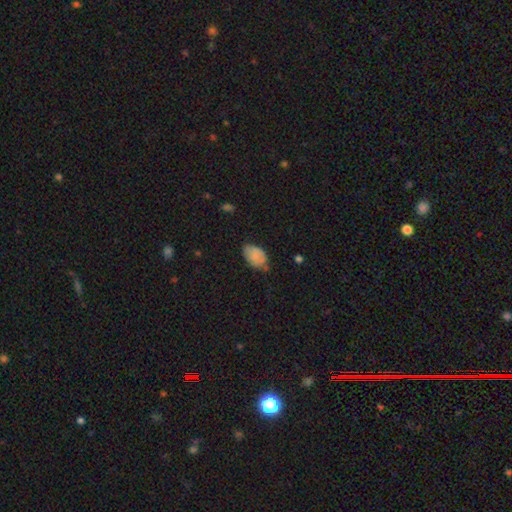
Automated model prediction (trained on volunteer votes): smooth-or-featured: smooth: 77% | featured or disk: 14% | star or artifact: 9%
  how-rounded: in between: 91% | round: 8% | cigar-shaped: 1%
  merging: none: 59% | minor disturbance: 32% | major disturbance: 7% | merger: 3%